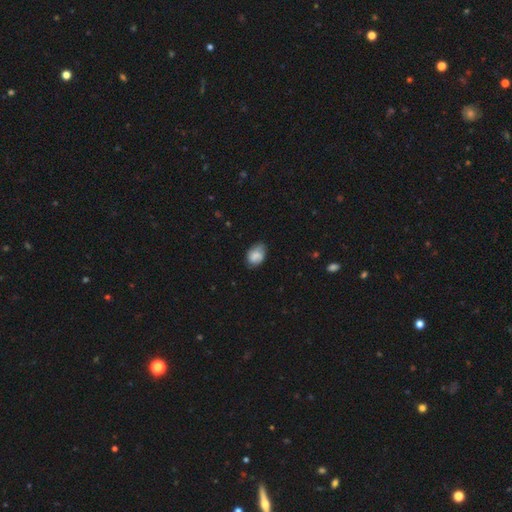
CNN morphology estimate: Overall: smooth (71%). How rounded: in between (78%). Merging: none (67%; minor disturbance 27%).